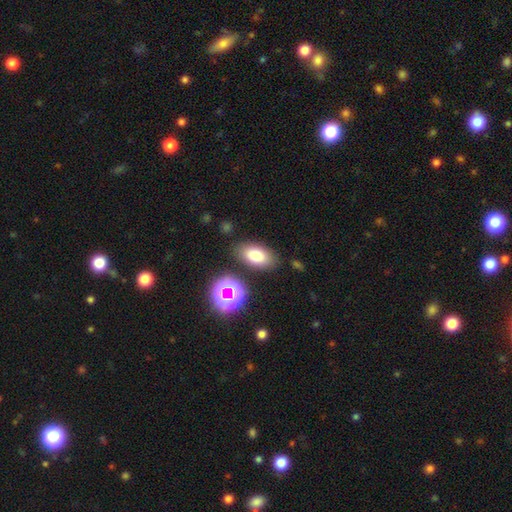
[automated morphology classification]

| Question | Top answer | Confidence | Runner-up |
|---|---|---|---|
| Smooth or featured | smooth | 77% | star or artifact (12%) |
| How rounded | in between | 90% | round (7%) |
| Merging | none | 82% | minor disturbance (11%) |